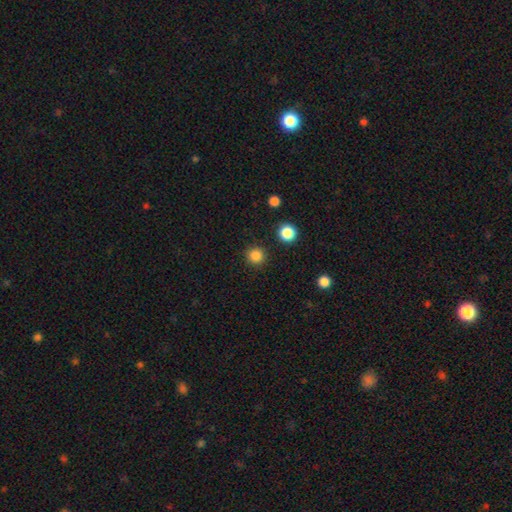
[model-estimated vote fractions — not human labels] smooth-or-featured: smooth: 84% | star or artifact: 13% | featured or disk: 3%
  how-rounded: round: 95% | in between: 4% | cigar-shaped: 1%
  merging: none: 91% | minor disturbance: 5% | major disturbance: 2% | merger: 2%